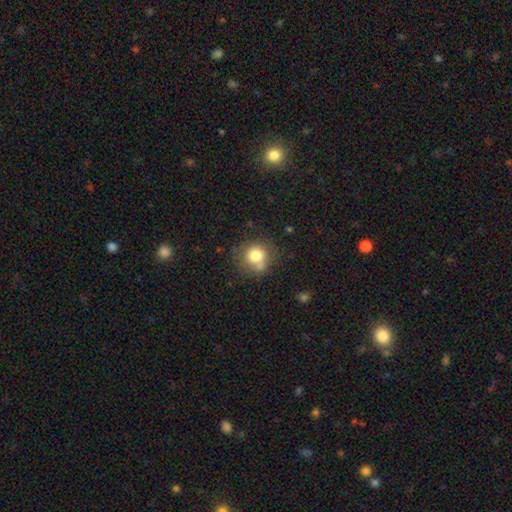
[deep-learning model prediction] Smooth or featured? Predicted: smooth (p=0.77). How rounded? Predicted: round (p=0.85). Merging? Predicted: none (p=0.60).